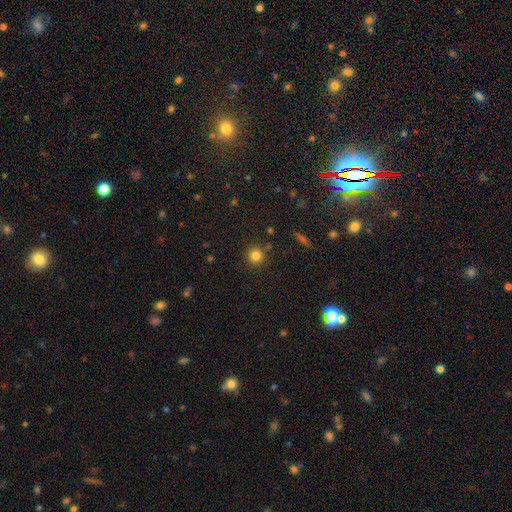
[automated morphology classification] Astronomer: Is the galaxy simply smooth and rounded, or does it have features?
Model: smooth — 80%.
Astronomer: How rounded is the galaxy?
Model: round — 94%.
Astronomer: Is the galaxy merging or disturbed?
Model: none — 87%.